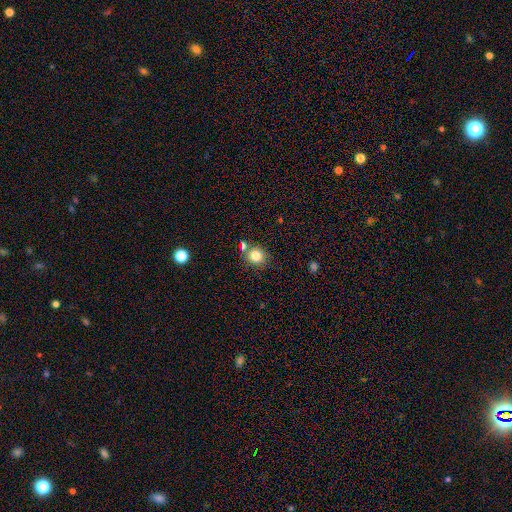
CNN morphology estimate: Q: Smooth or featured?
A: smooth (82%); runner-up: star or artifact (11%)
Q: How rounded?
A: round (83%); runner-up: in between (16%)
Q: Merging?
A: none (73%); runner-up: merger (13%)